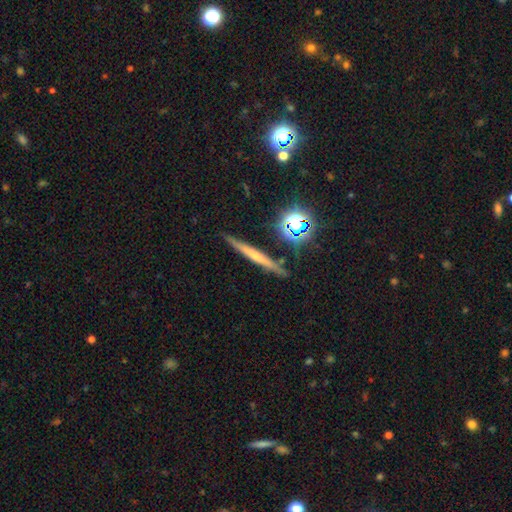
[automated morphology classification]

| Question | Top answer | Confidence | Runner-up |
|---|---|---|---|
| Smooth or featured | featured or disk | 46% | smooth (41%) |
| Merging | none | 86% | minor disturbance (9%) |